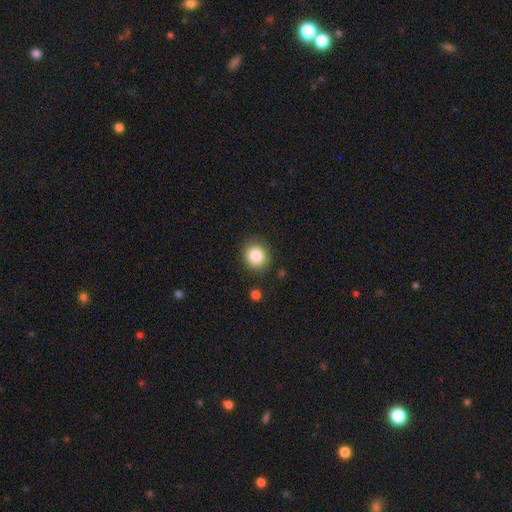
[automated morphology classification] Smooth or featured? Predicted: smooth (p=0.85). How rounded? Predicted: round (p=0.76). Merging? Predicted: none (p=0.84).